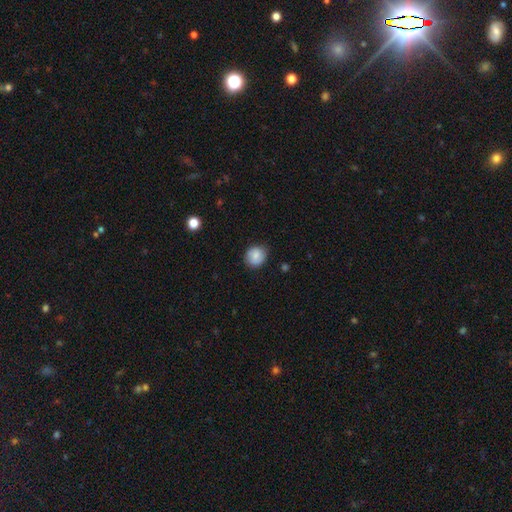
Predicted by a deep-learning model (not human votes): smooth 78%, featured or disk 14%, star or artifact 8%. Down the decision tree: how rounded — round (81%); merging — none (82%).